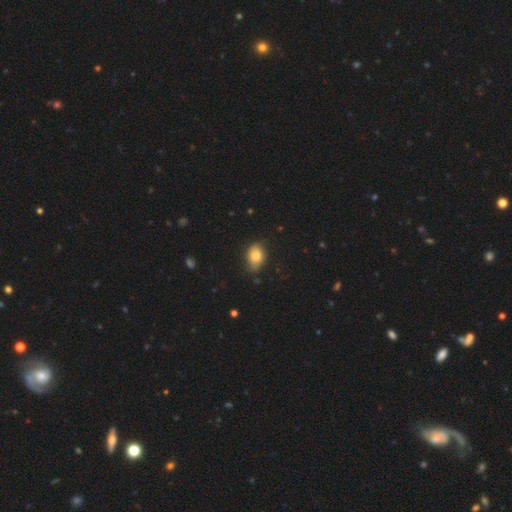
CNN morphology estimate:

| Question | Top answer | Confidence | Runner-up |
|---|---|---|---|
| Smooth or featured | smooth | 81% | featured or disk (11%) |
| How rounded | in between | 82% | round (17%) |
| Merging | none | 71% | minor disturbance (23%) |